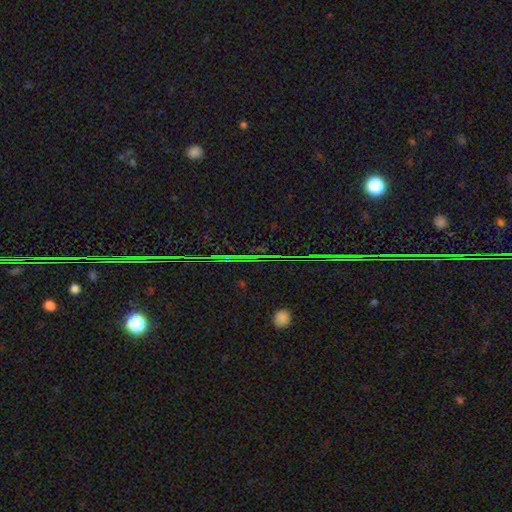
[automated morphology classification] This appears to be a star or artifact, not a galaxy (81%).